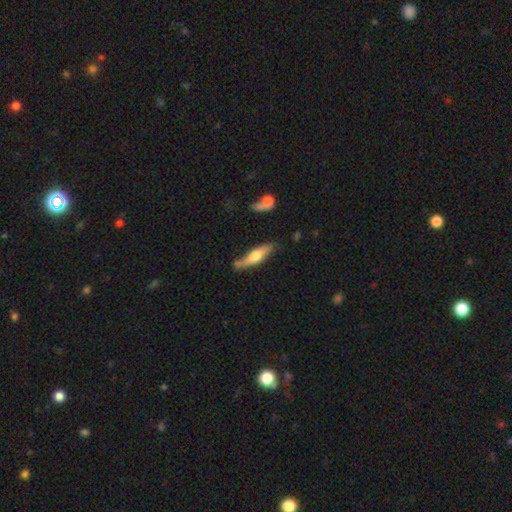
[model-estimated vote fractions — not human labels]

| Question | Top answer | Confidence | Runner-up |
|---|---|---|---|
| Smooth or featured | smooth | 49% | featured or disk (45%) |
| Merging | none | 72% | minor disturbance (19%) |